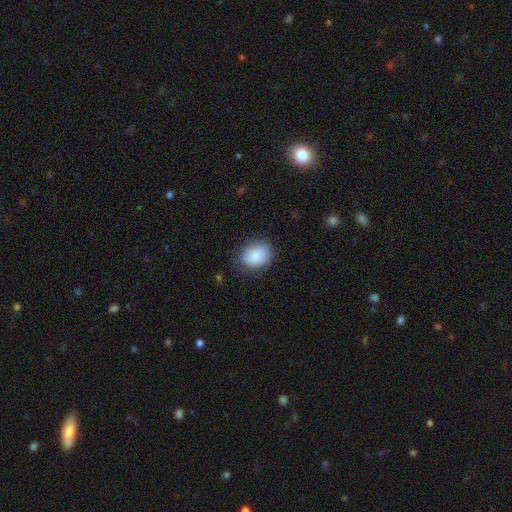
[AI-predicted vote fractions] A smooth galaxy with no disk features (86%) that is in between round and cigar-shaped (59%). Merging: none (78%).